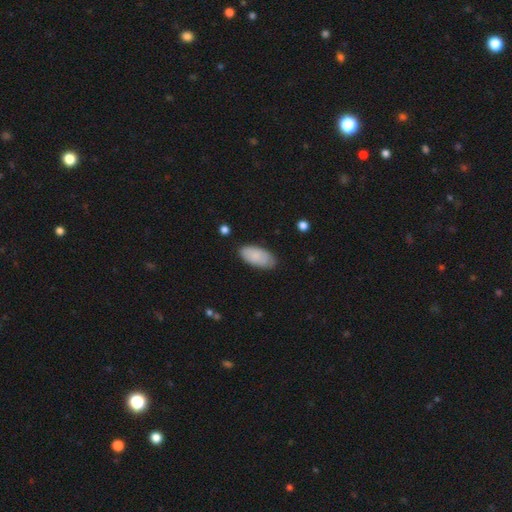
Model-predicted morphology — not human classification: A smooth galaxy with no disk features (84%) that is in between round and cigar-shaped (93%). Merging: none (80%).